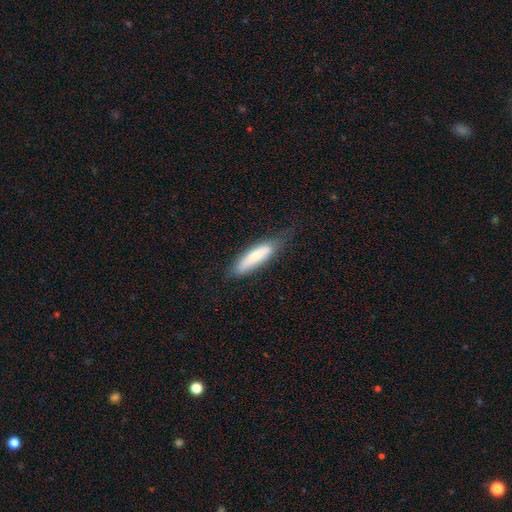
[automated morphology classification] smooth_or_featured: smooth (p=0.70) [alt: featured or disk p=0.24]
how_rounded: cigar-shaped (p=0.74) [alt: in between p=0.25]
merging: none (p=0.58) [alt: minor disturbance p=0.31]